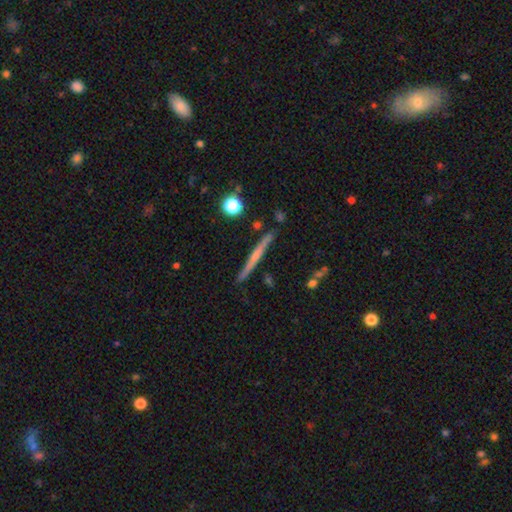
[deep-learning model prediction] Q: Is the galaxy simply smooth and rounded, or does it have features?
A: featured or disk — 56%.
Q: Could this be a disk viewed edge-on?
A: yes — 97%.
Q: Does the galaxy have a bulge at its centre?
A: none — 64%.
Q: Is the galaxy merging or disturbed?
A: none — 88%.